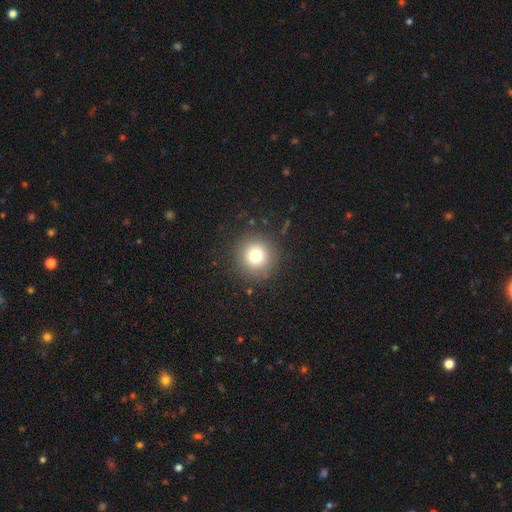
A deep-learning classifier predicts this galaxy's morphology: smooth_or_featured: smooth (p=0.77) [alt: star or artifact p=0.13]
how_rounded: round (p=0.95) [alt: in between p=0.04]
merging: none (p=0.89) [alt: minor disturbance p=0.07]